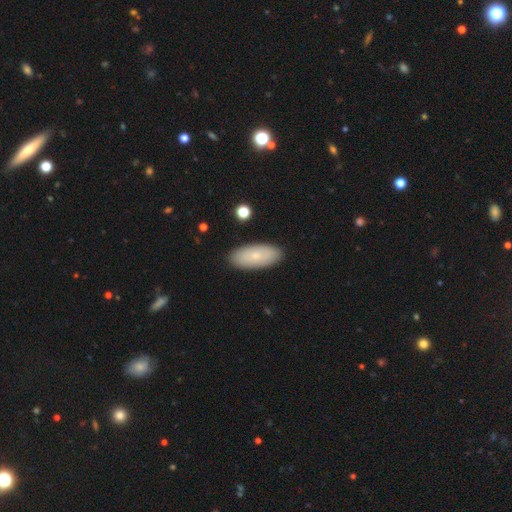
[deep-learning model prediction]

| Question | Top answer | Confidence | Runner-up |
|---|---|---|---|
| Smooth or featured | smooth | 72% | featured or disk (21%) |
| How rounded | in between | 88% | cigar-shaped (10%) |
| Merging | none | 89% | minor disturbance (8%) |